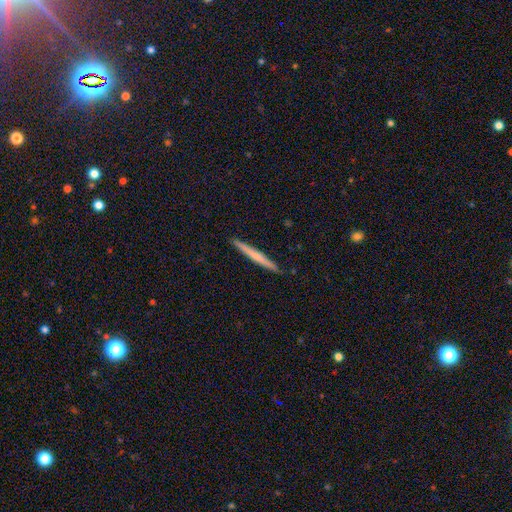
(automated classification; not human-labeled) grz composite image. It shows a smooth galaxy with no disk features (57%) that is cigar-shaped (97%). Merging: none (92%).